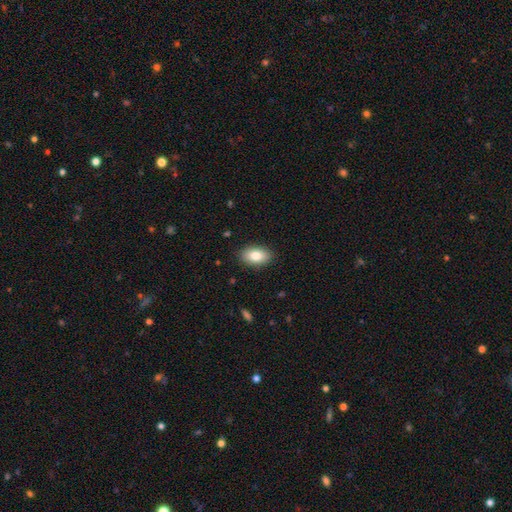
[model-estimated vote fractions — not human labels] A smooth galaxy with no disk features (83%) that is in between round and cigar-shaped (92%).

Vote fractions:
- Smooth or featured? smooth: 83% / featured or disk: 10% / star or artifact: 7%
- How rounded? in between: 92% / round: 6% / cigar-shaped: 2%
- Merging? none: 88% / minor disturbance: 9% / major disturbance: 2% / merger: 1%